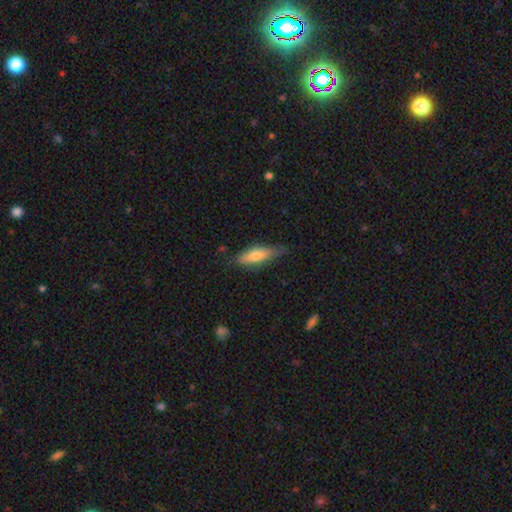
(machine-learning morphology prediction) smooth_or_featured: smooth (p=0.63) [alt: featured or disk p=0.31]
how_rounded: cigar-shaped (p=0.55) [alt: in between p=0.43]
merging: none (p=0.70) [alt: minor disturbance p=0.24]